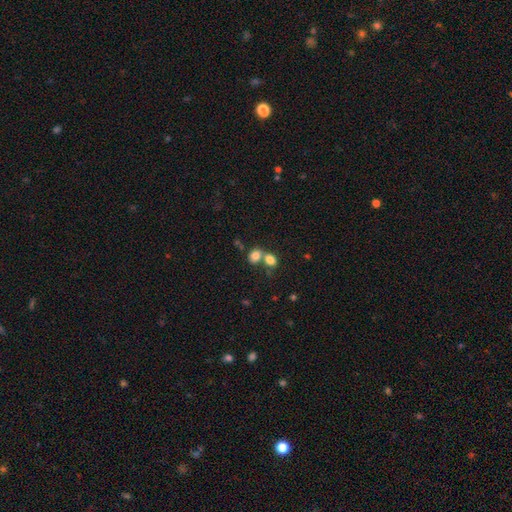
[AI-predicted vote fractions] Smooth or featured? smooth (80%)
How rounded? in between (56%)
Merging? merger (55%)